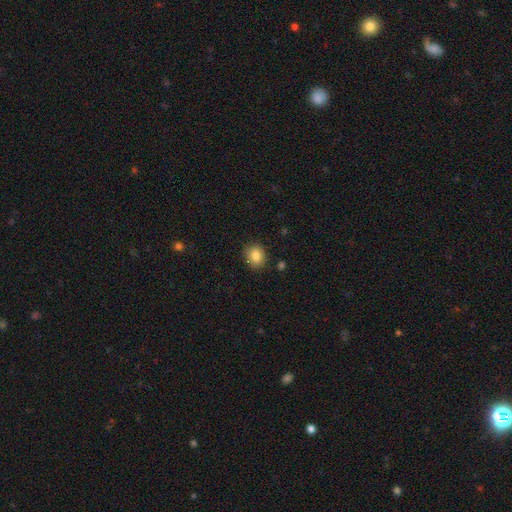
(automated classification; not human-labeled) Smooth or featured?
  - smooth: 84% *
  - star or artifact: 9%
  - featured or disk: 7%
How rounded?
  - round: 73% *
  - in between: 27%
  - cigar-shaped: 1%
Merging?
  - none: 88% *
  - minor disturbance: 8%
  - major disturbance: 2%
  - merger: 2%